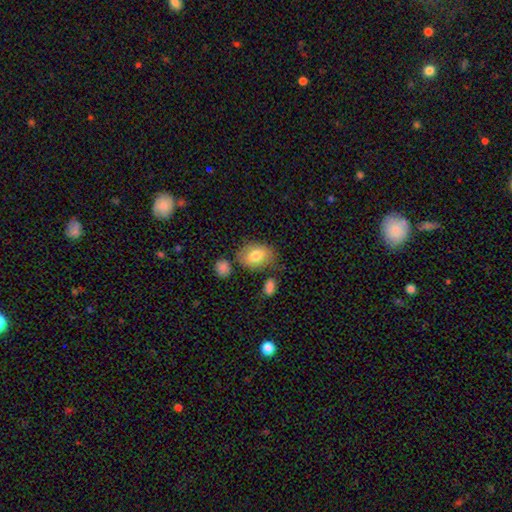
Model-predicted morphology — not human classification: This is likely a smooth galaxy (76%). How rounded: likely in between (70%). Merging: likely none (68%).